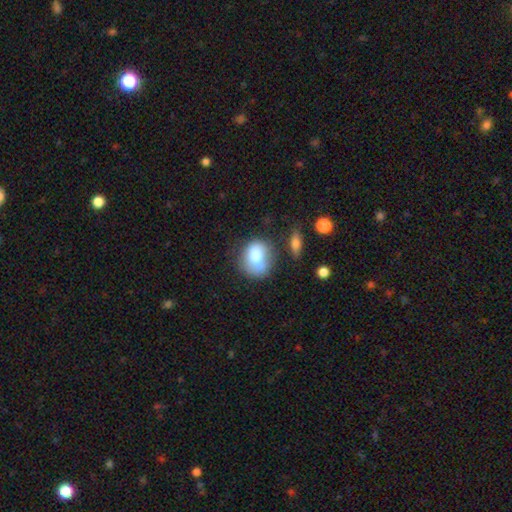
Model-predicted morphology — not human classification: A smooth galaxy with no disk features (74%) that is round (58%).

Vote fractions:
- Smooth or featured? smooth: 74% / featured or disk: 17% / star or artifact: 8%
- How rounded? round: 58% / in between: 41% / cigar-shaped: 1%
- Merging? none: 43% / minor disturbance: 24% / merger: 22% / major disturbance: 12%